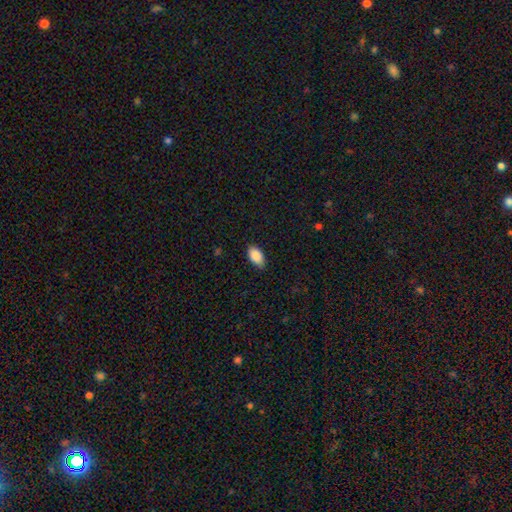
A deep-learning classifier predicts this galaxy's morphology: A smooth galaxy with no disk features (89%) that is in between round and cigar-shaped (94%). Merging: none (81%).